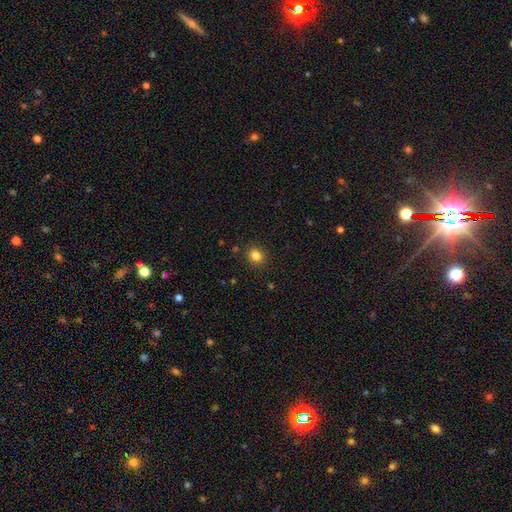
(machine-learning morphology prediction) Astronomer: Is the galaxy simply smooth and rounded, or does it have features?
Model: smooth — 83%.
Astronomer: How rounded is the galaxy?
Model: round — 72%.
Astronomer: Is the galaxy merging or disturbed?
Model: none — 89%.